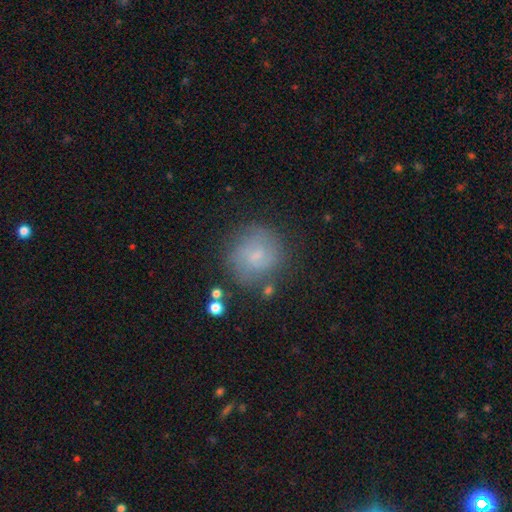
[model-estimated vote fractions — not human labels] This is possibly a smooth galaxy (48%). Merging: likely none (72%).